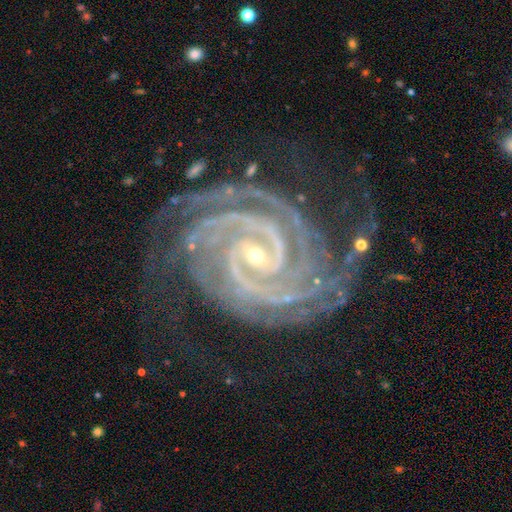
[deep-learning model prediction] Overall: featured or disk (93%). Edge-on disk: no (98%). Bar: weak (38%; no 31%). Spiral arms: yes (99%). Spiral arm count: 2 (38%; 3 18%). Spiral winding: tight (85%). Bulge size: small (75%). Merging: none (71%).